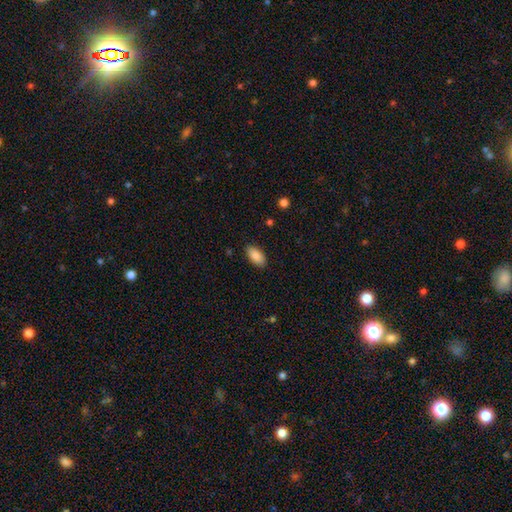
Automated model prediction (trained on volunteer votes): A smooth galaxy with no disk features (87%) that is in between round and cigar-shaped (93%).

Vote fractions:
- Smooth or featured? smooth: 87% / star or artifact: 7% / featured or disk: 6%
- How rounded? in between: 93% / cigar-shaped: 5% / round: 2%
- Merging? none: 88% / minor disturbance: 9% / major disturbance: 2% / merger: 1%